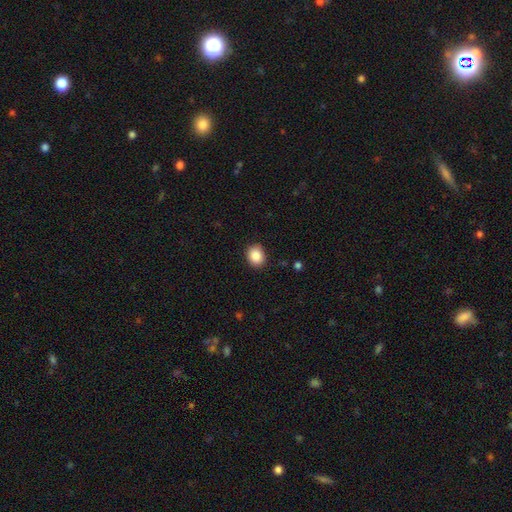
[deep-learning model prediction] Q: Smooth or featured?
A: smooth (88%); runner-up: star or artifact (8%)
Q: How rounded?
A: round (59%); runner-up: in between (40%)
Q: Merging?
A: none (89%); runner-up: minor disturbance (8%)